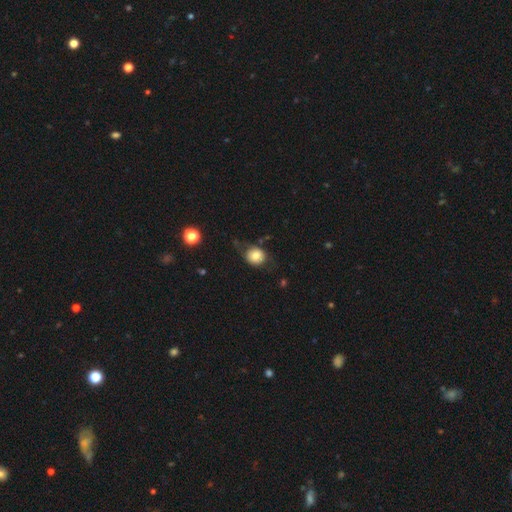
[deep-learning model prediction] This is likely a smooth galaxy (78%). How rounded: likely round (75%). Merging: likely none (66%).